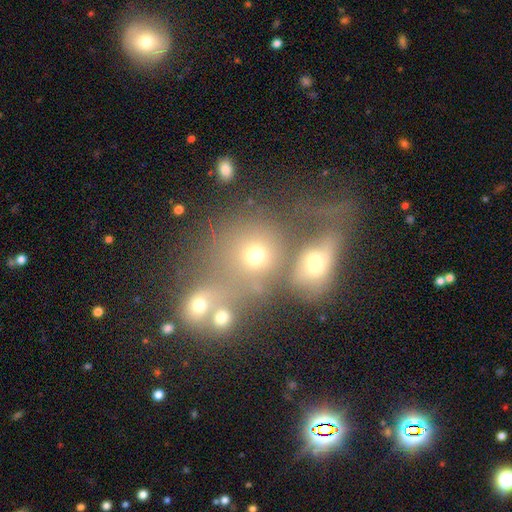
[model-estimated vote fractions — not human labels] smooth_or_featured: smooth (p=0.68) [alt: star or artifact p=0.16]
how_rounded: round (p=0.72) [alt: in between p=0.26]
merging: merger (p=0.52) [alt: none p=0.31]